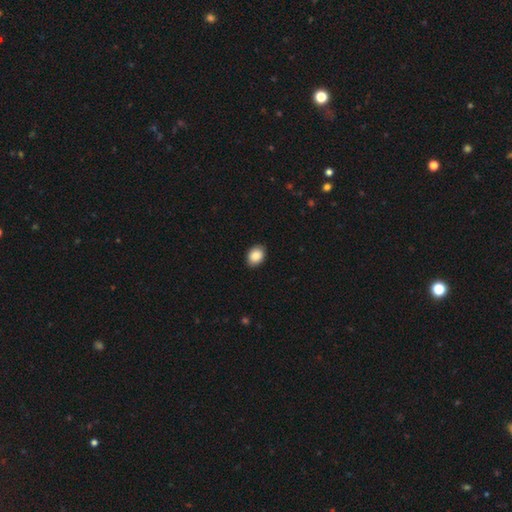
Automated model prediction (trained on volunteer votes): smooth 88%, star or artifact 7%, featured or disk 4%. Down the decision tree: how rounded — in between (76%); merging — none (89%).